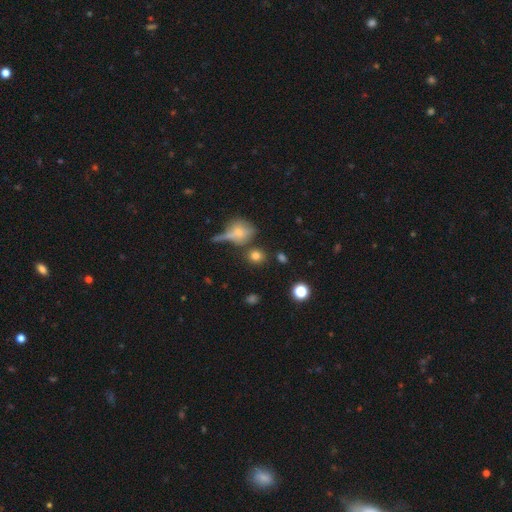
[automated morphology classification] This appears to be a smooth galaxy with no disk features (77%) that is round (75%). Merging: none (75%).